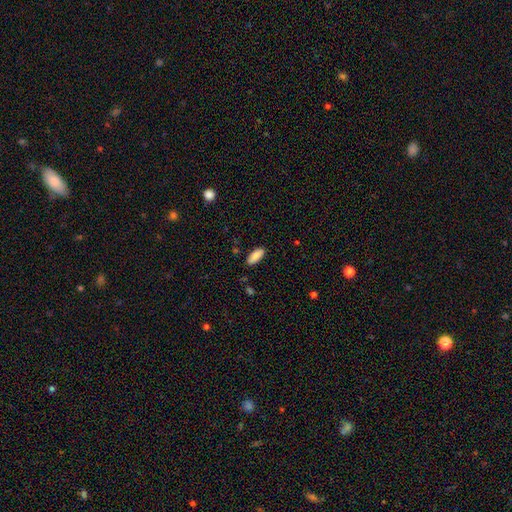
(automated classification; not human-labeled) Smooth or featured: smooth — 87% (star or artifact — 7%)
How rounded: in between — 82% (cigar-shaped — 16%)
Merging: none — 85% (minor disturbance — 11%)